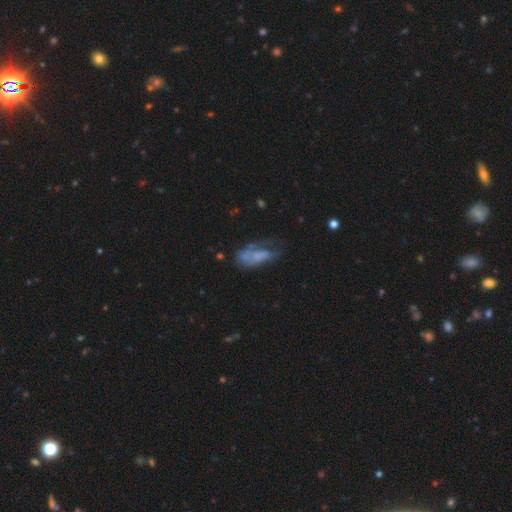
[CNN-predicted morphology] This appears to be a smooth galaxy with no disk features (46%). Merging: major disturbance (38%).